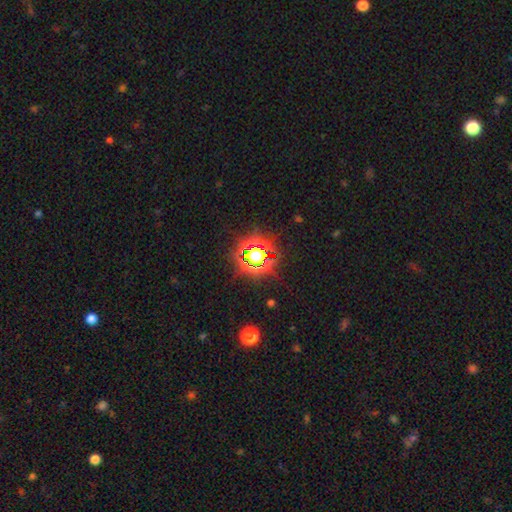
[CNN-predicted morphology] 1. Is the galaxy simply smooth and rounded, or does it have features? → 72% star or artifact, 17% smooth, 10% featured or disk.